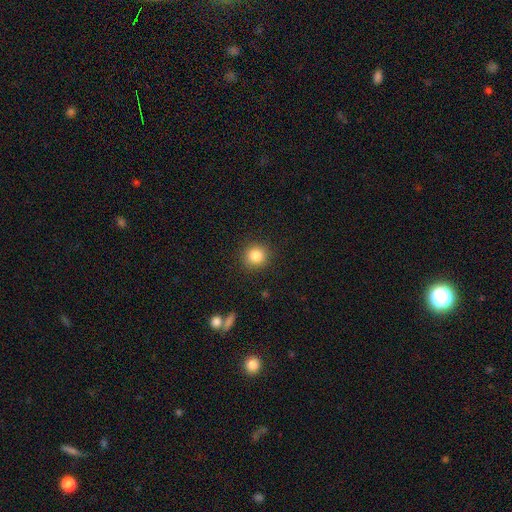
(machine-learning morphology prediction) Smooth or featured?
  - smooth: 85% *
  - star or artifact: 10%
  - featured or disk: 5%
How rounded?
  - round: 89% *
  - in between: 10%
  - cigar-shaped: 1%
Merging?
  - none: 89% *
  - minor disturbance: 7%
  - major disturbance: 2%
  - merger: 1%